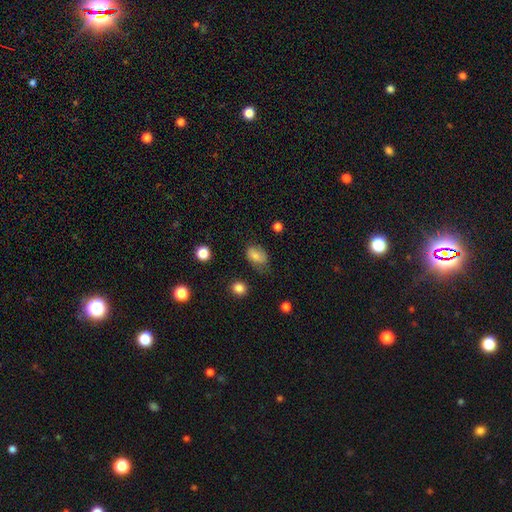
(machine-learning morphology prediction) A smooth galaxy with no disk features (76%) that is in between round and cigar-shaped (84%). Merging: none (54%).